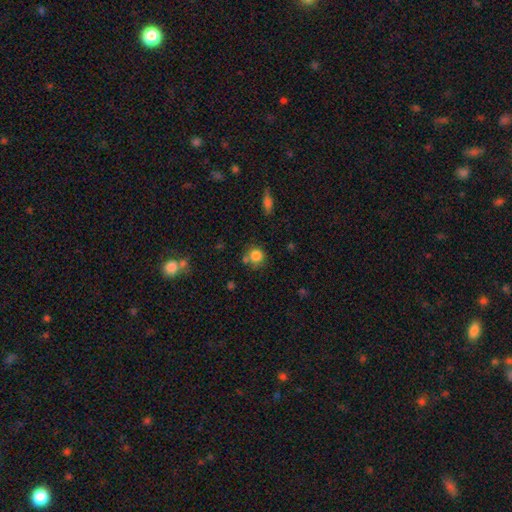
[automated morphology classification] Smooth or featured?
  - smooth: 83% *
  - star or artifact: 11%
  - featured or disk: 7%
How rounded?
  - round: 88% *
  - in between: 11%
  - cigar-shaped: 1%
Merging?
  - none: 65% *
  - minor disturbance: 15%
  - merger: 15%
  - major disturbance: 5%